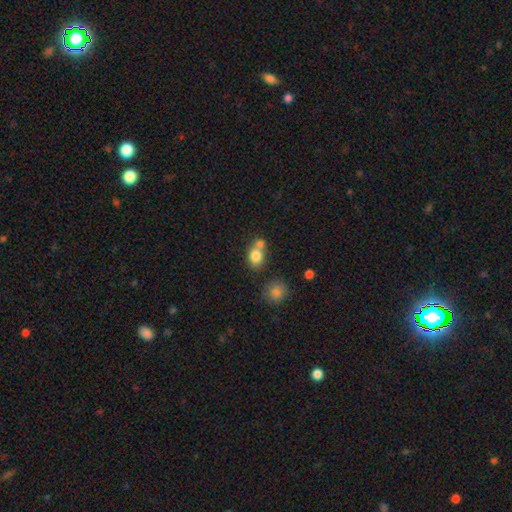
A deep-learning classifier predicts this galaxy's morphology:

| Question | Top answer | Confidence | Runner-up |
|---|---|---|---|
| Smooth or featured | smooth | 80% | featured or disk (10%) |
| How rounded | round | 56% | in between (43%) |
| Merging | merger | 45% | none (42%) |